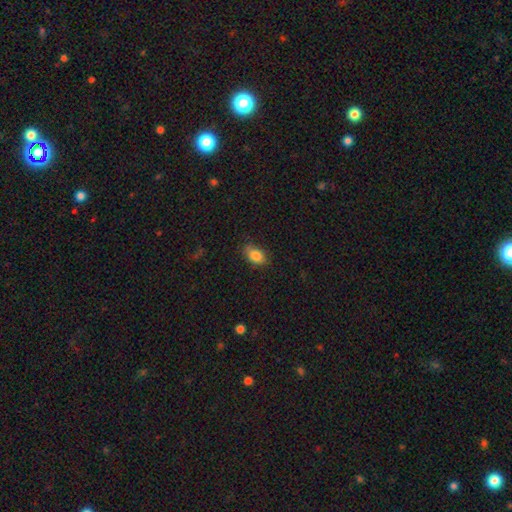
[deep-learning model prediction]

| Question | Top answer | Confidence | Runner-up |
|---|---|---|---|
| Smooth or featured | smooth | 85% | star or artifact (8%) |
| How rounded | in between | 85% | round (13%) |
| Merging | none | 76% | minor disturbance (19%) |